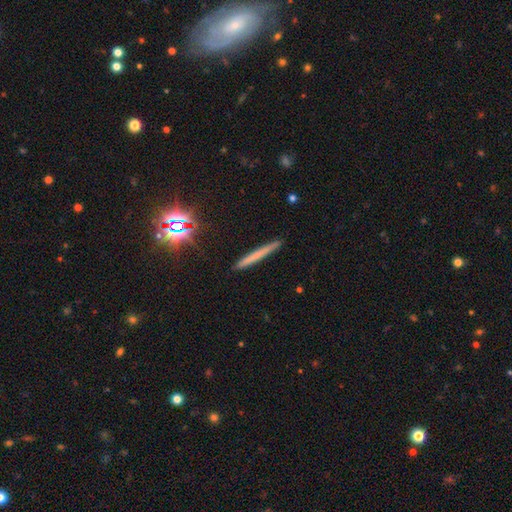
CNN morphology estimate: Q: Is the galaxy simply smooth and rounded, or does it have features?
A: smooth — 57%.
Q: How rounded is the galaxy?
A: cigar-shaped — 96%.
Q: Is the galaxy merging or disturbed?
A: none — 90%.